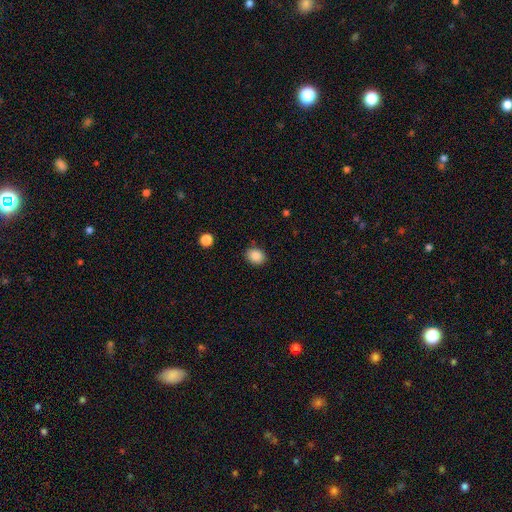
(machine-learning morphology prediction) type=smooth (87%); roundness=in between (53%); merging=none (86%).